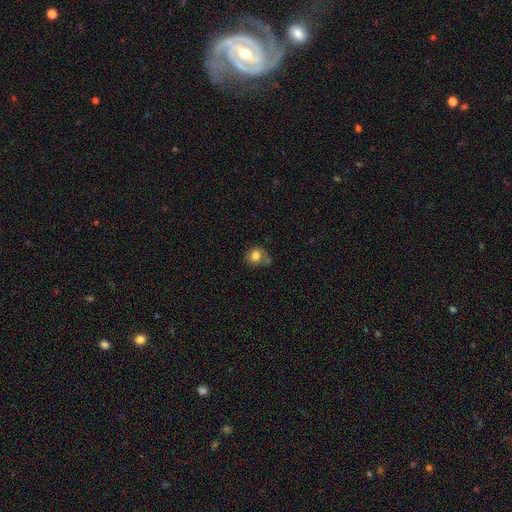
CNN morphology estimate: type=smooth (79%); roundness=round (71%); merging=none (52%).